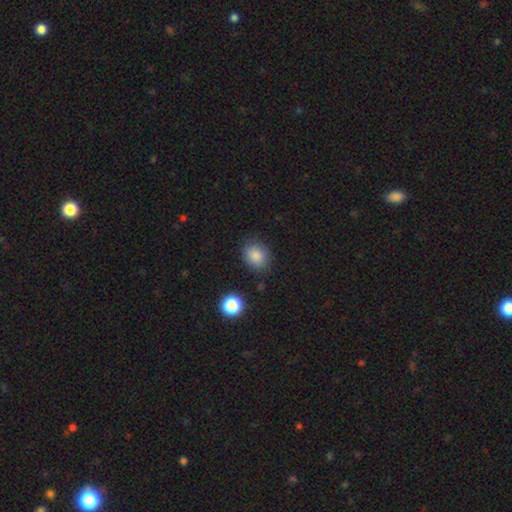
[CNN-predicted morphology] smooth 85%, star or artifact 10%, featured or disk 5%. Down the decision tree: how rounded — round (56%); merging — none (82%).